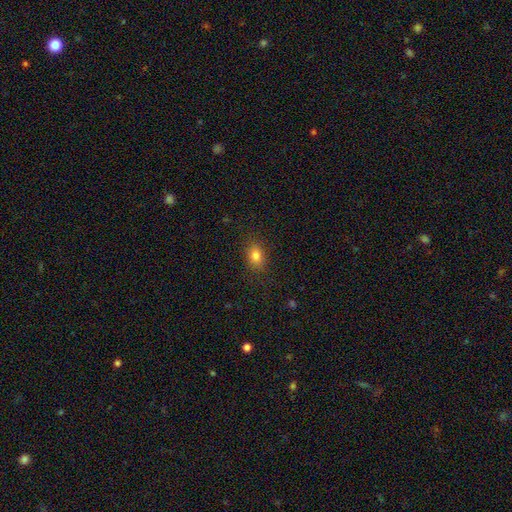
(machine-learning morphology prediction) Smooth or featured? smooth (81%)
How rounded? in between (74%)
Merging? none (85%)